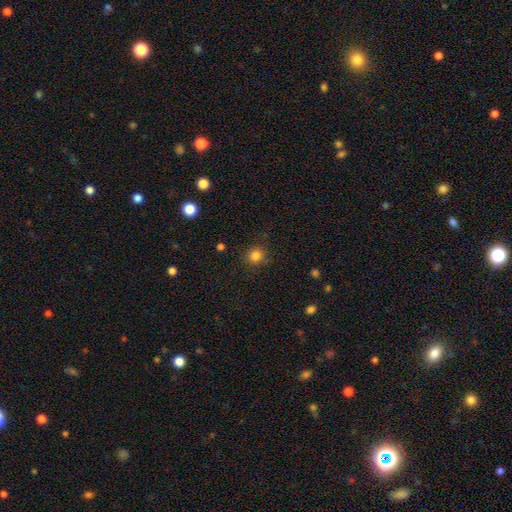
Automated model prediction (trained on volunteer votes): smooth-or-featured: smooth: 83% | star or artifact: 12% | featured or disk: 5%
  how-rounded: round: 90% | in between: 9% | cigar-shaped: 1%
  merging: none: 86% | minor disturbance: 10% | major disturbance: 3% | merger: 1%